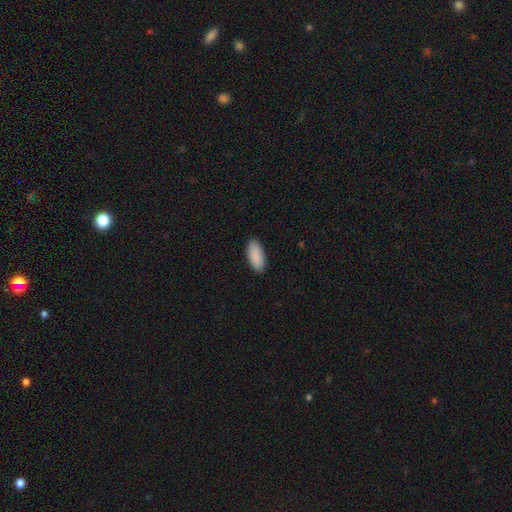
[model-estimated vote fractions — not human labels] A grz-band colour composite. It shows a smooth galaxy with no disk features (92%) that is in between round and cigar-shaped (86%). Merging: none (90%).